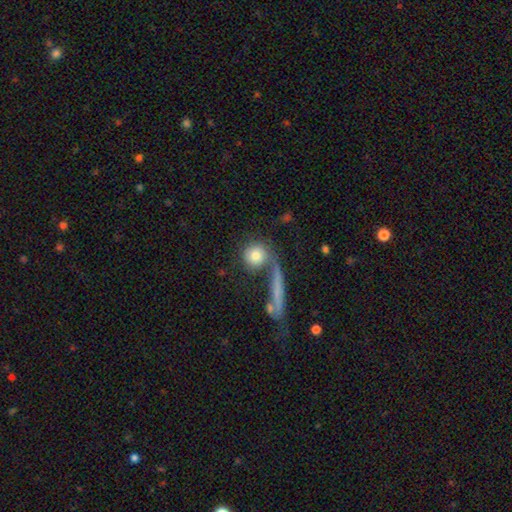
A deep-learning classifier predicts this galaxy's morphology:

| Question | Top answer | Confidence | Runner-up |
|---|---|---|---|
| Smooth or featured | smooth | 77% | featured or disk (14%) |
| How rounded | round | 88% | in between (8%) |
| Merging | none | 60% | merger (20%) |